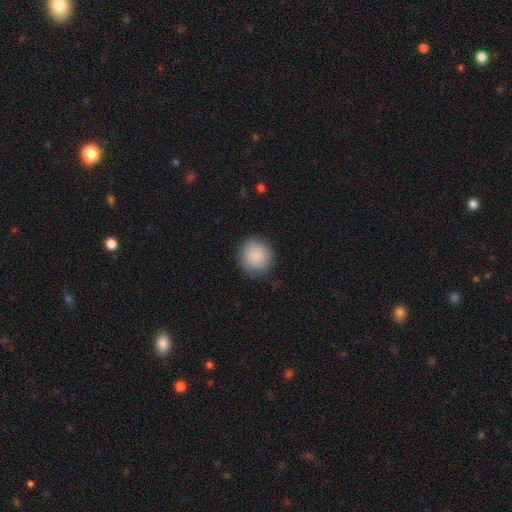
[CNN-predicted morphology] Overall: smooth (86%). How rounded: round (93%). Merging: none (84%).